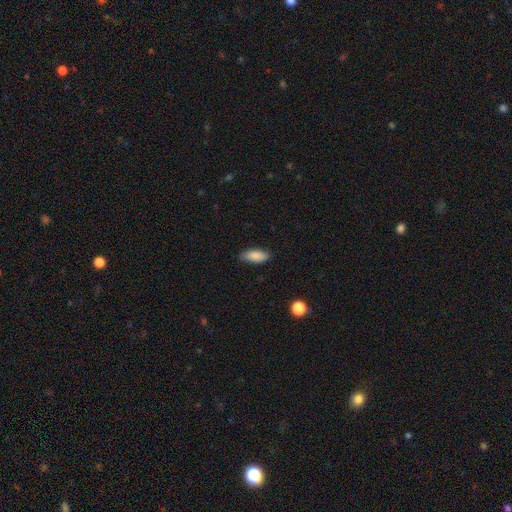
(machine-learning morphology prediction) Q: Smooth or featured?
A: smooth (87%); runner-up: star or artifact (7%)
Q: How rounded?
A: in between (81%); runner-up: cigar-shaped (16%)
Q: Merging?
A: none (82%); runner-up: minor disturbance (14%)